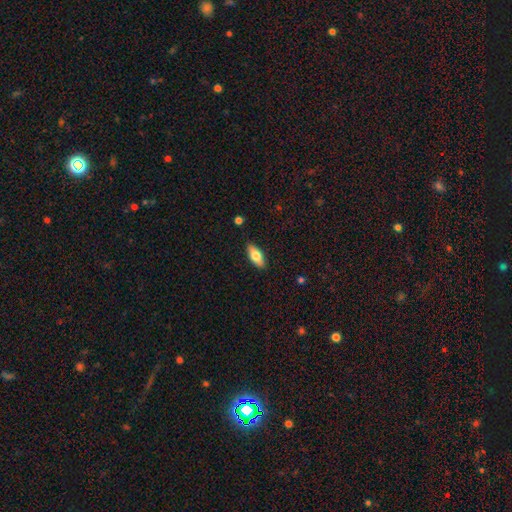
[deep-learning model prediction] Smooth or featured?
  - smooth: 73% *
  - featured or disk: 21%
  - star or artifact: 6%
How rounded?
  - in between: 81% *
  - cigar-shaped: 17%
  - round: 2%
Merging?
  - none: 88% *
  - minor disturbance: 9%
  - major disturbance: 2%
  - merger: 1%